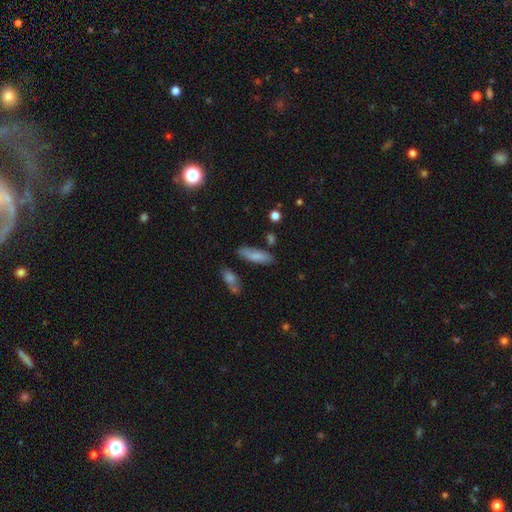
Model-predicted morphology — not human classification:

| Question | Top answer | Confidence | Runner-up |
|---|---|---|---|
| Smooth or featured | smooth | 76% | featured or disk (16%) |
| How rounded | in between | 55% | cigar-shaped (42%) |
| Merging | none | 73% | minor disturbance (17%) |